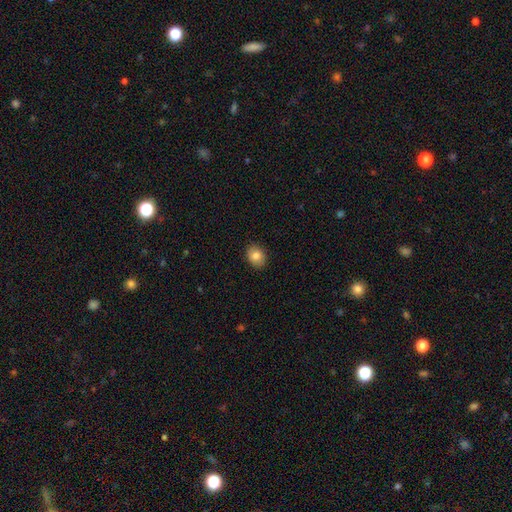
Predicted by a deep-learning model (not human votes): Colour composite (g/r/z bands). It shows a smooth galaxy with no disk features (84%) that is in between round and cigar-shaped (58%). Merging: none (89%).